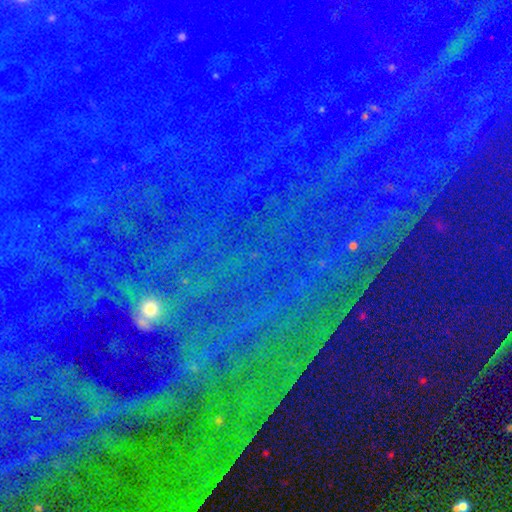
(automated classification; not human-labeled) A star or artifact, not a galaxy (84%).